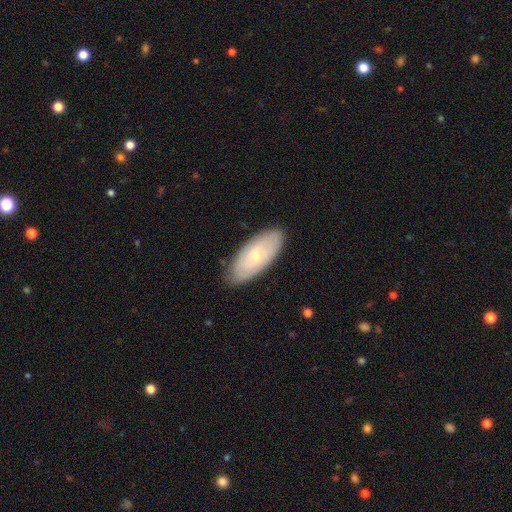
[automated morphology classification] This appears to be a smooth galaxy with no disk features (54%) that is in between round and cigar-shaped (87%). Merging: none (81%).